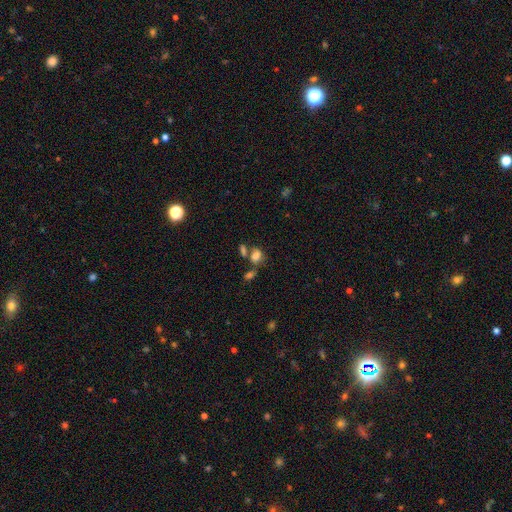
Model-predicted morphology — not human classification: Smooth or featured? smooth (76%)
How rounded? in between (71%)
Merging? none (39%)